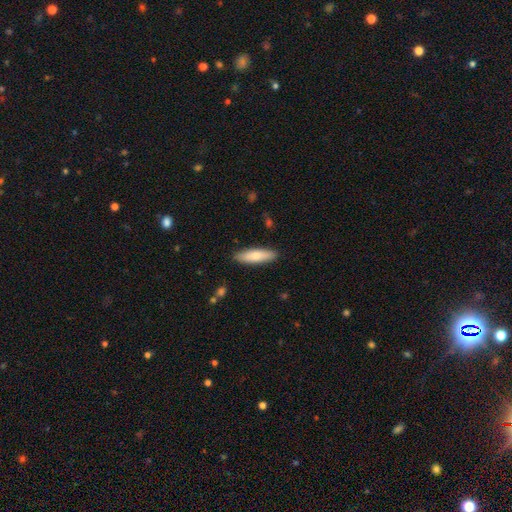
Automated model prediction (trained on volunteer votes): The model was most divided on "how rounded": cigar-shaped: 54%, in between: 44%, round: 2%. More confident: merging — none (89%); smooth or featured — smooth (78%).